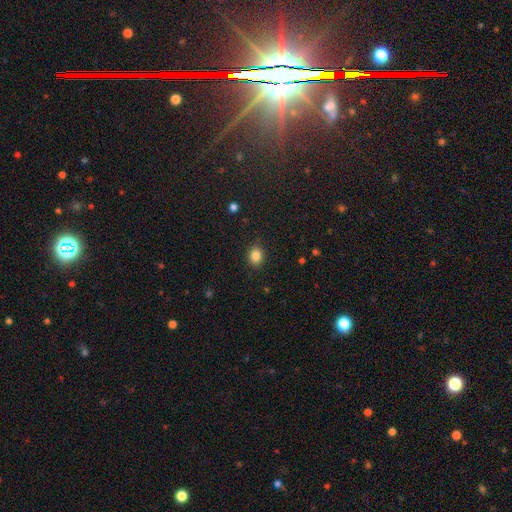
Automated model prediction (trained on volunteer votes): smooth 84%, star or artifact 11%, featured or disk 5%. Down the decision tree: how rounded — round (61%); merging — none (88%).